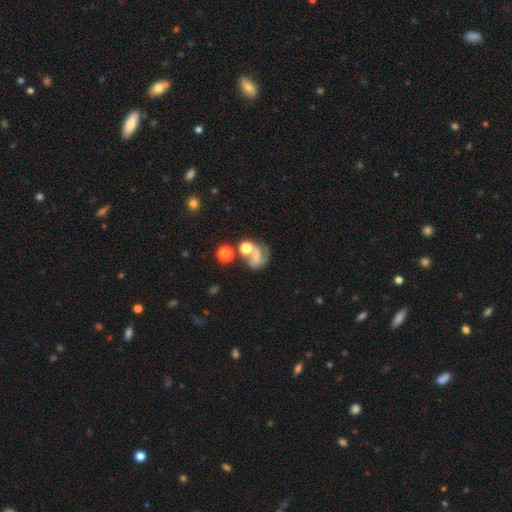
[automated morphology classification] featured or disk 42%, smooth 40%, star or artifact 18%. Down the decision tree: merging — none (37%).